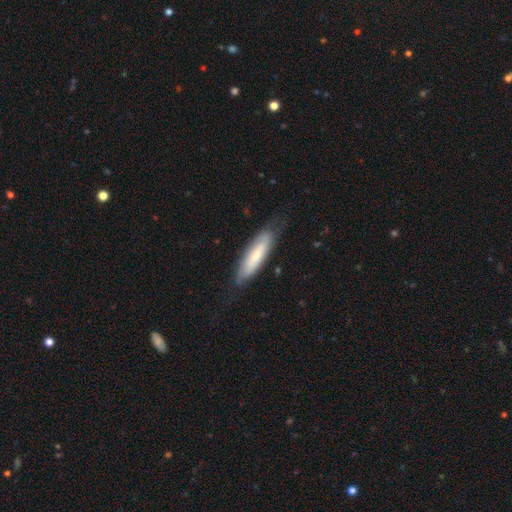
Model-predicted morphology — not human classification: The model was most divided on "smooth or featured": smooth: 55%, featured or disk: 39%, star or artifact: 6%. More confident: merging — none (72%); how rounded — cigar-shaped (65%).